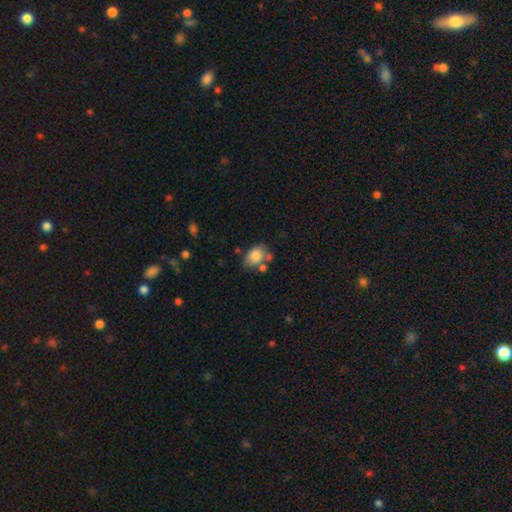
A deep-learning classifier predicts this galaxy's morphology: This appears to be a smooth galaxy with no disk features (80%) that is in between round and cigar-shaped (77%). Merging: none (46%).